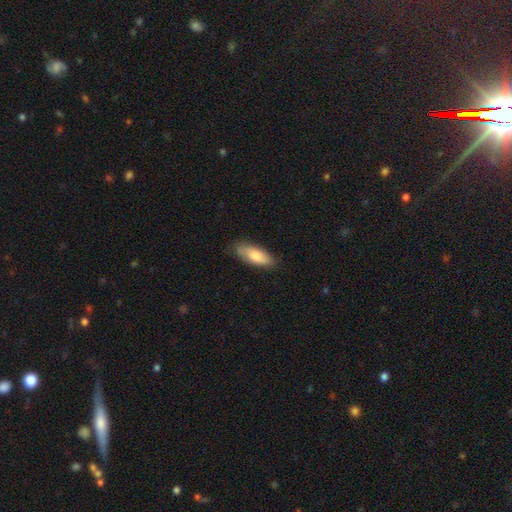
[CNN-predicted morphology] Smooth or featured: smooth — 78% (featured or disk — 16%)
How rounded: in between — 70% (cigar-shaped — 28%)
Merging: none — 79% (minor disturbance — 17%)